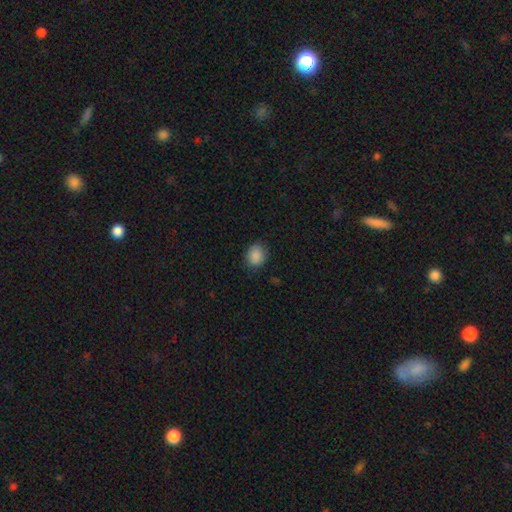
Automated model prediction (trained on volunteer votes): The model was most divided on "how rounded": round: 61%, in between: 38%, cigar-shaped: 1%. More confident: smooth or featured — smooth (88%); merging — none (82%).